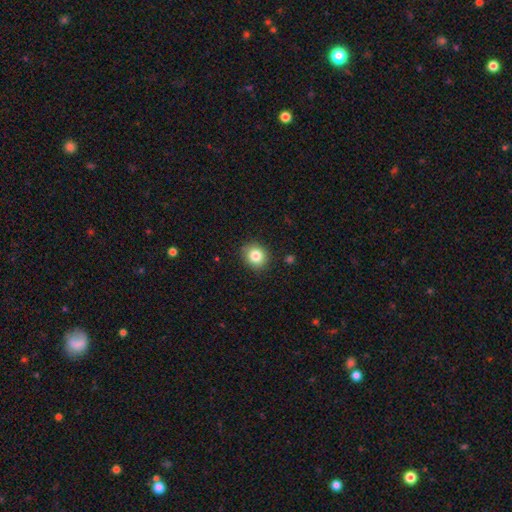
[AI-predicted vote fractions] smooth_or_featured: smooth (p=0.83) [alt: star or artifact p=0.10]
how_rounded: round (p=0.76) [alt: in between p=0.23]
merging: none (p=0.88) [alt: minor disturbance p=0.09]